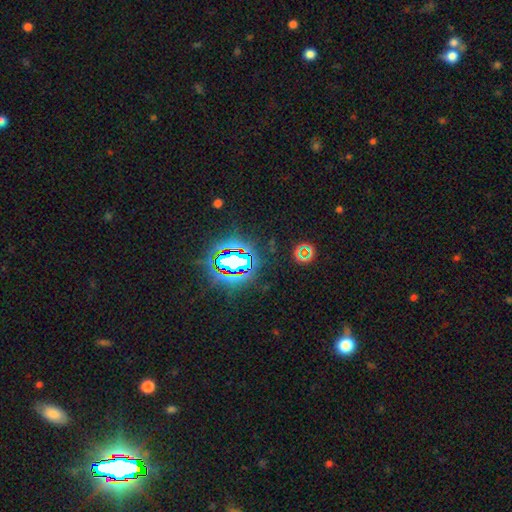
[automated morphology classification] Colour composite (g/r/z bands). It shows a star or artifact, not a galaxy (80%).